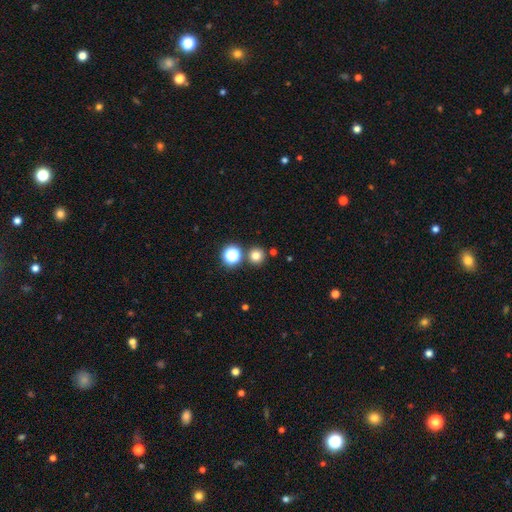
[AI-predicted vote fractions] Smooth or featured? smooth (76%)
How rounded? round (94%)
Merging? none (82%)